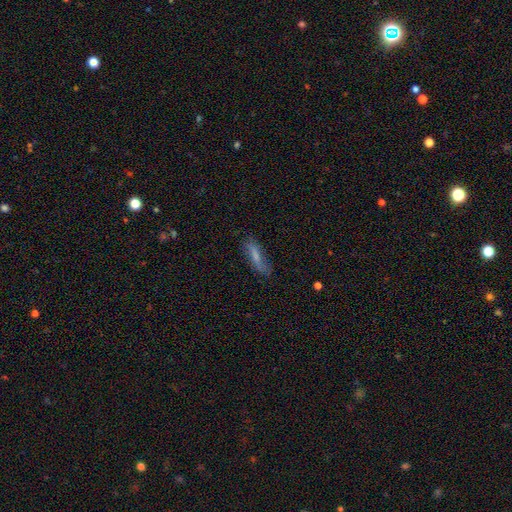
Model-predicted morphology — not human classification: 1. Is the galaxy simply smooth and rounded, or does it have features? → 56% smooth, 36% featured or disk, 8% star or artifact.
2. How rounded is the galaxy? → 61% cigar-shaped, 36% in between, 2% round.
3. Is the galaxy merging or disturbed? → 71% none, 21% minor disturbance, 6% major disturbance, 2% merger.